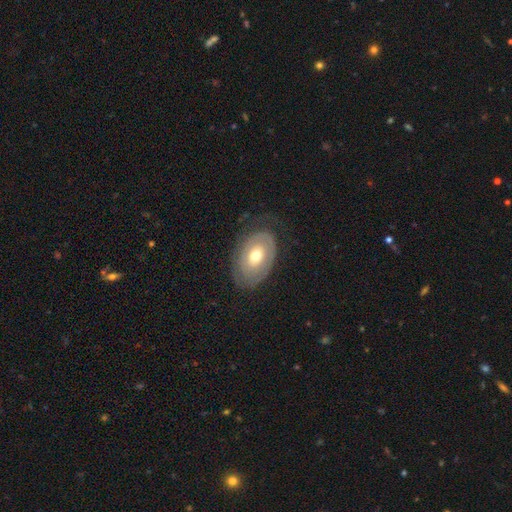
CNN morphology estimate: smooth_or_featured: featured or disk (p=0.55) [alt: smooth p=0.39]
disk_edge_on: no (p=0.91) [alt: yes p=0.09]
bar: no (p=0.84) [alt: weak p=0.13]
has_spiral_arms: no (p=0.58) [alt: yes p=0.42]
bulge_size: moderate (p=0.69) [alt: small p=0.21]
merging: none (p=0.69) [alt: minor disturbance p=0.19]